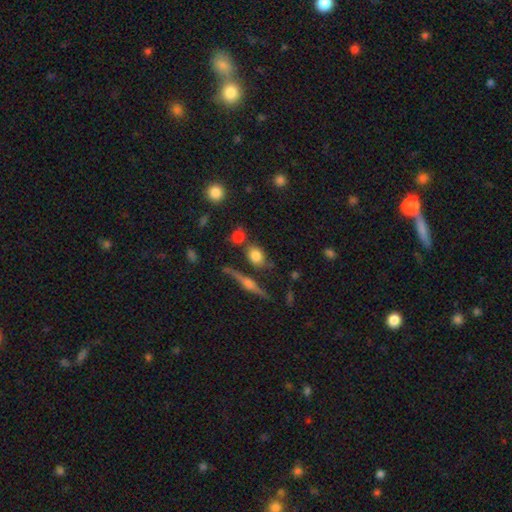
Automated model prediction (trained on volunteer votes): Smooth or featured?
  - smooth: 74% *
  - featured or disk: 15%
  - star or artifact: 11%
How rounded?
  - in between: 48% *
  - round: 47%
  - cigar-shaped: 6%
Merging?
  - none: 67% *
  - minor disturbance: 15%
  - merger: 13%
  - major disturbance: 5%